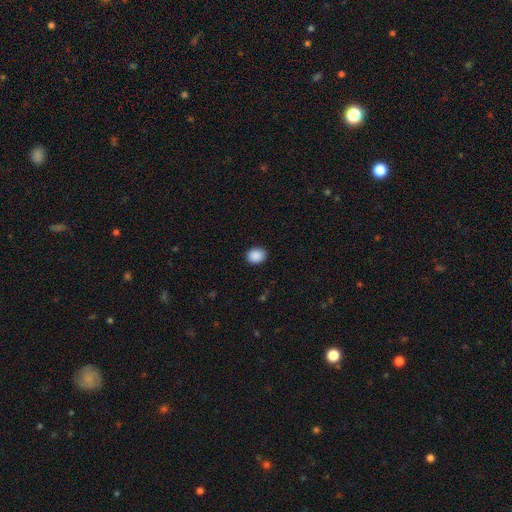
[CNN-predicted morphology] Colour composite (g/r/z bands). It shows a smooth galaxy with no disk features (89%) that is round (57%). Merging: none (89%).